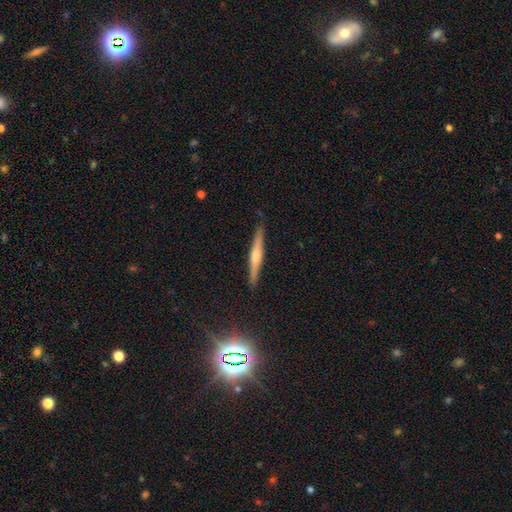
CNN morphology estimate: Smooth or featured? featured or disk (68%)
Edge-on disk? yes (97%)
Edge-on bulge? rounded (84%)
Merging? none (90%)